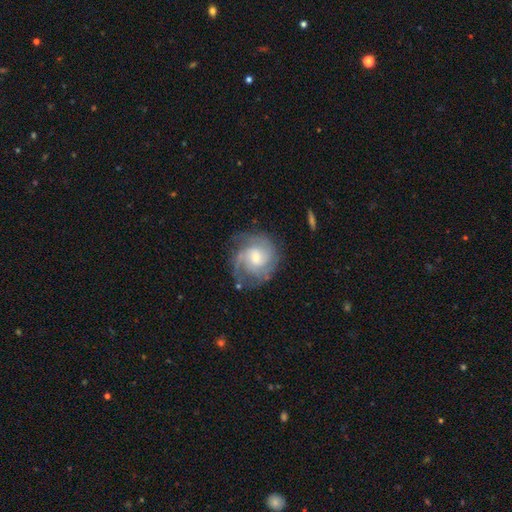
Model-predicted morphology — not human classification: Overall: featured or disk (82%). Edge-on disk: no (98%). Bar: no (58%; weak 37%). Spiral arms: yes (96%). Spiral arm count: 3 (31%; can't tell 26%). Spiral winding: tight (55%; medium 36%). Bulge size: moderate (51%; small 39%). Merging: none (72%).